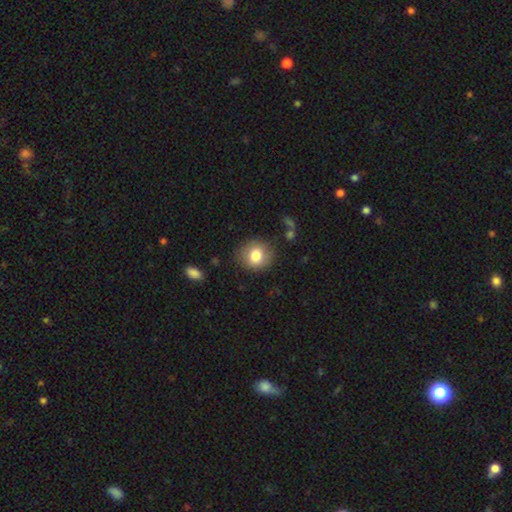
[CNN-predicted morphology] A smooth galaxy with no disk features (79%) that is round (84%).

Vote fractions:
- Smooth or featured? smooth: 79% / featured or disk: 11% / star or artifact: 9%
- How rounded? round: 84% / in between: 15% / cigar-shaped: 1%
- Merging? none: 84% / minor disturbance: 11% / major disturbance: 3% / merger: 2%